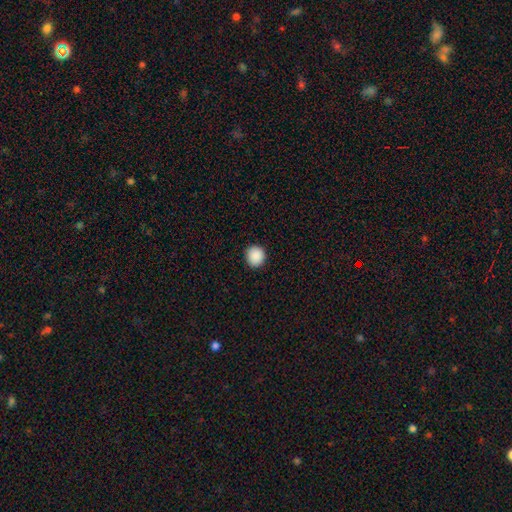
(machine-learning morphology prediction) This is clearly a smooth galaxy (90%). How rounded: clearly round (91%). Merging: clearly none (92%).